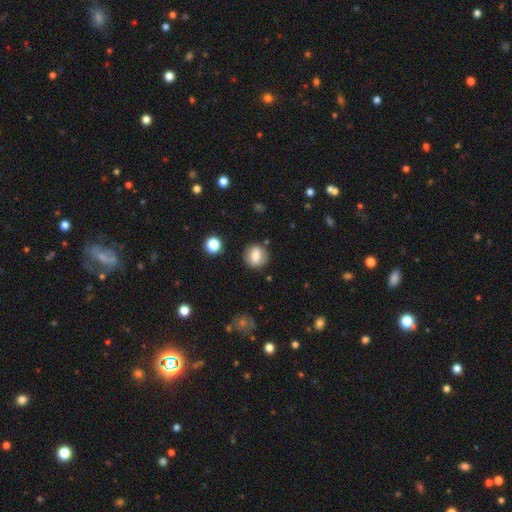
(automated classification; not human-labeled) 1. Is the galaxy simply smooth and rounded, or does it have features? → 75% smooth, 16% featured or disk, 9% star or artifact.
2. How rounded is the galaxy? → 69% round, 29% in between, 2% cigar-shaped.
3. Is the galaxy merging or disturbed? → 82% none, 12% minor disturbance, 4% major disturbance, 2% merger.